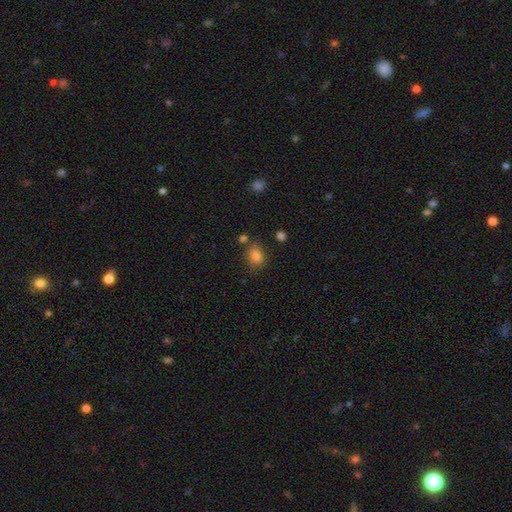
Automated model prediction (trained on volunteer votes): smooth-or-featured: smooth: 81% | star or artifact: 13% | featured or disk: 5%
  how-rounded: in between: 66% | round: 32% | cigar-shaped: 1%
  merging: none: 72% | minor disturbance: 15% | merger: 7% | major disturbance: 5%